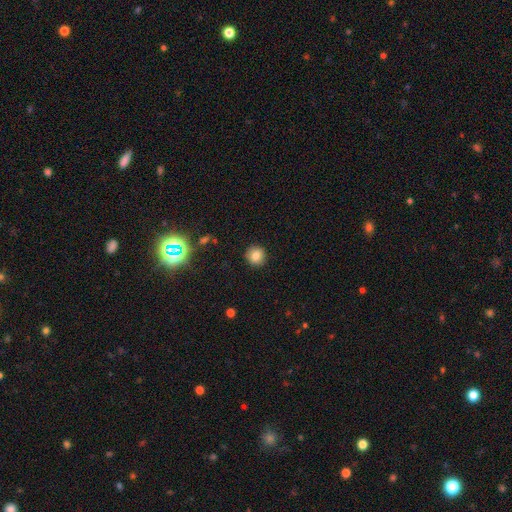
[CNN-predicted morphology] Overall: smooth (81%). How rounded: round (93%). Merging: none (91%).